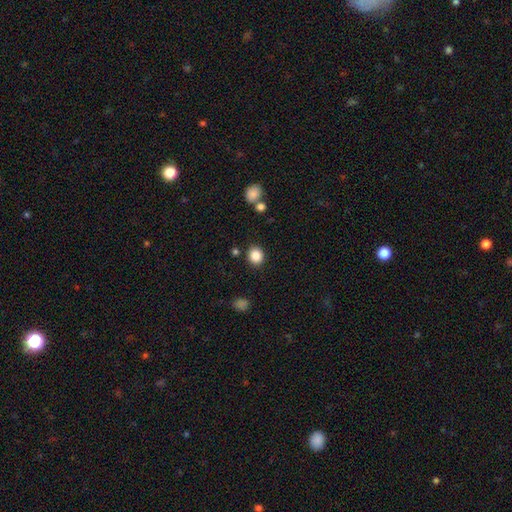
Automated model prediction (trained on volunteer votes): Smooth or featured? Predicted: smooth (p=0.86). How rounded? Predicted: round (p=0.75). Merging? Predicted: none (p=0.86).